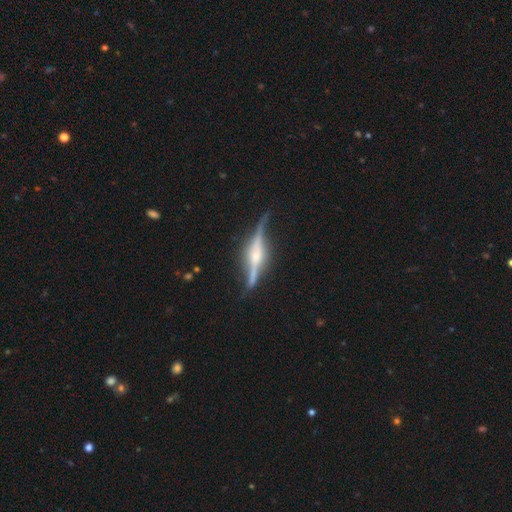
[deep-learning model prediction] The model was most divided on "merging": none: 72%, minor disturbance: 19%, major disturbance: 6%, merger: 2%. More confident: edge-on disk — yes (92%); smooth or featured — featured or disk (86%); edge-on bulge — rounded (83%).